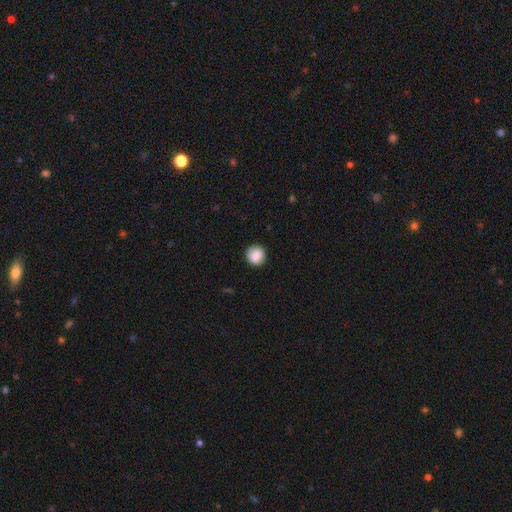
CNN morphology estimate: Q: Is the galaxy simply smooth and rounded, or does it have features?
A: smooth — 86%.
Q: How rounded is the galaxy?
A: round — 89%.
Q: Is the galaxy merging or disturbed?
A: none — 86%.